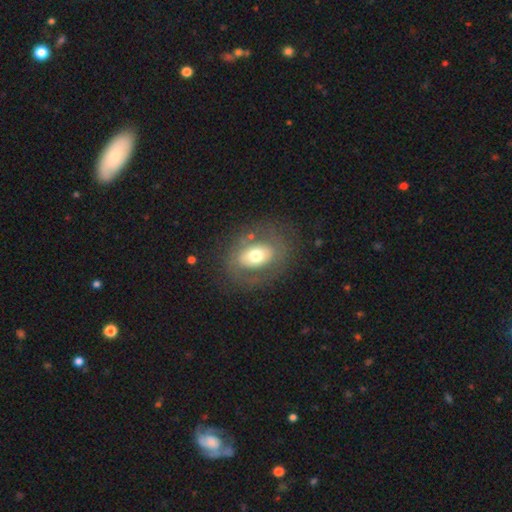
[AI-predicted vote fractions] Smooth or featured? smooth (50%)
How rounded? in between (67%)
Merging? none (75%)